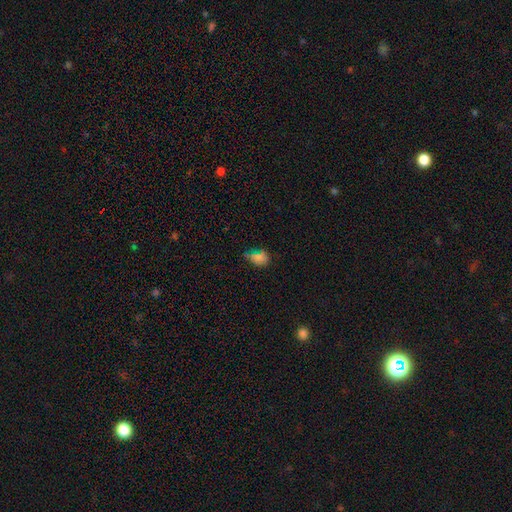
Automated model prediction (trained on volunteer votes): Overall: smooth (69%). How rounded: in between (71%). Merging: none (52%; minor disturbance 30%).